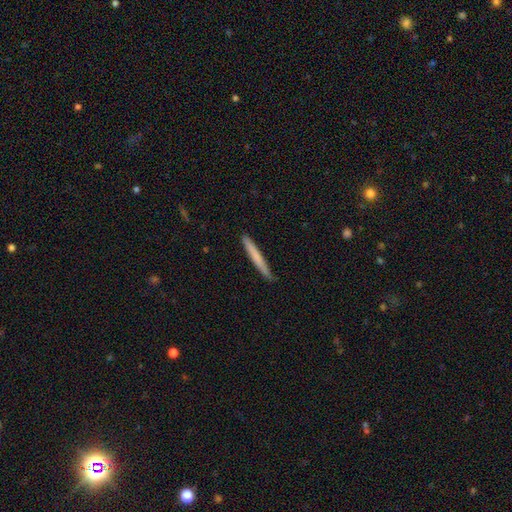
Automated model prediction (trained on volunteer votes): This appears to be a smooth galaxy with no disk features (68%) that is cigar-shaped (97%). Merging: none (86%).